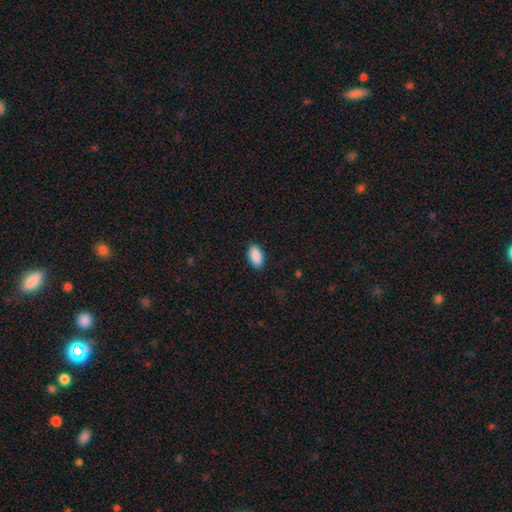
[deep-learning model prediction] Smooth or featured? smooth (90%)
How rounded? in between (94%)
Merging? none (89%)